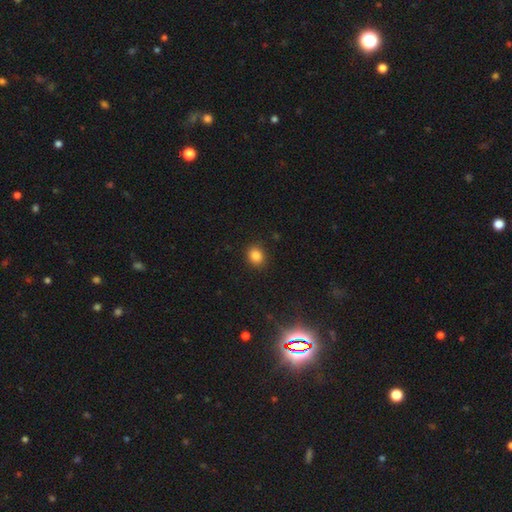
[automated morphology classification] A smooth galaxy with no disk features (84%) that is round (69%).

Vote fractions:
- Smooth or featured? smooth: 84% / star or artifact: 11% / featured or disk: 4%
- How rounded? round: 69% / in between: 30% / cigar-shaped: 1%
- Merging? none: 89% / minor disturbance: 8% / major disturbance: 2% / merger: 1%